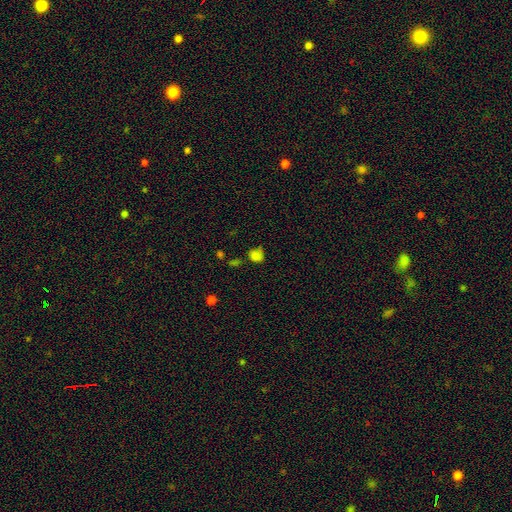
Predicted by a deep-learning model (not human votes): Smooth or featured? smooth (74%)
How rounded? round (71%)
Merging? none (55%)